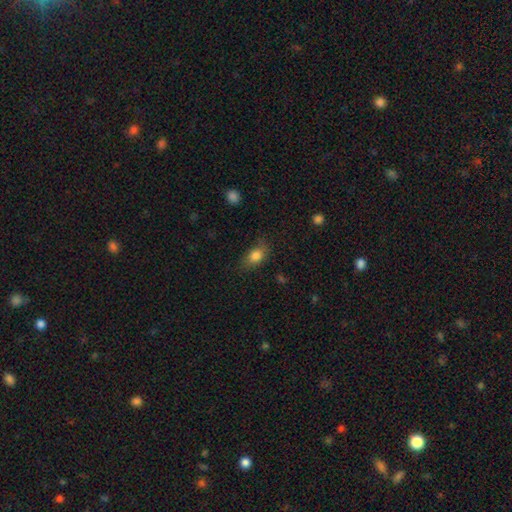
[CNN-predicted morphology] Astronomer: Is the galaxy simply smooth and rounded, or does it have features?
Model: smooth — 82%.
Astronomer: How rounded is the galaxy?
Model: in between — 77%.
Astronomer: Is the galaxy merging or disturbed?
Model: none — 67%.